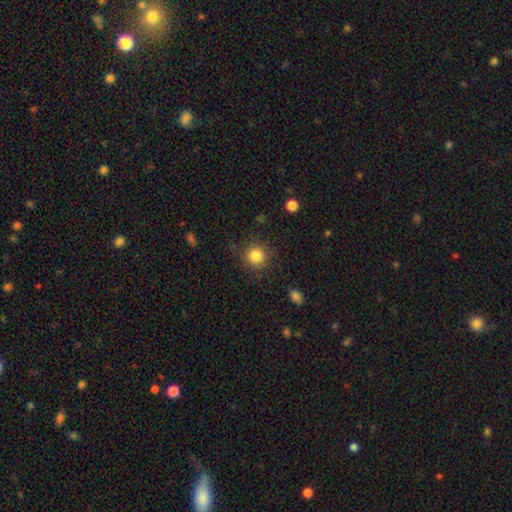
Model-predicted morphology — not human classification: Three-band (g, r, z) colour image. It shows a smooth galaxy with no disk features (85%) that is round (93%). Merging: none (86%).